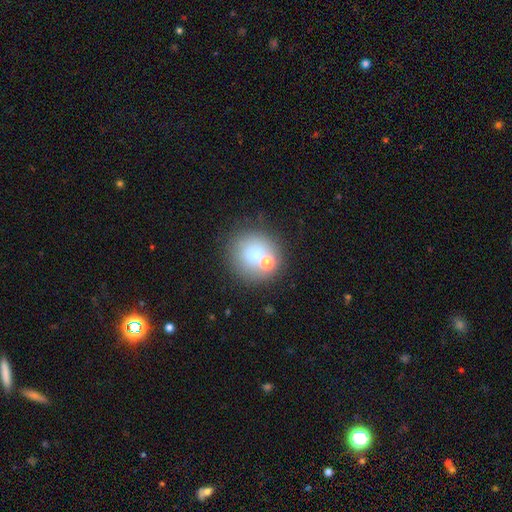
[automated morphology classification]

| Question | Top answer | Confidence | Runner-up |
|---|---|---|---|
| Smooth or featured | smooth | 68% | featured or disk (19%) |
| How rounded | round | 88% | in between (11%) |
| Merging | none | 55% | merger (30%) |